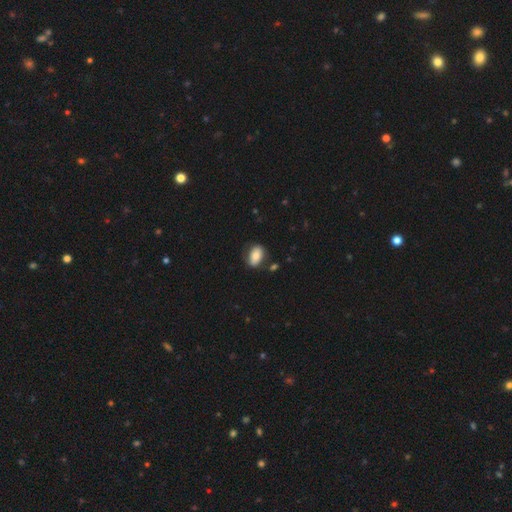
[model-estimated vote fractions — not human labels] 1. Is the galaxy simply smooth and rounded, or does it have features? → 74% smooth, 18% featured or disk, 7% star or artifact.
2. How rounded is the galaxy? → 84% in between, 14% round, 2% cigar-shaped.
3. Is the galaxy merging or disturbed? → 72% none, 19% minor disturbance, 5% major disturbance, 4% merger.